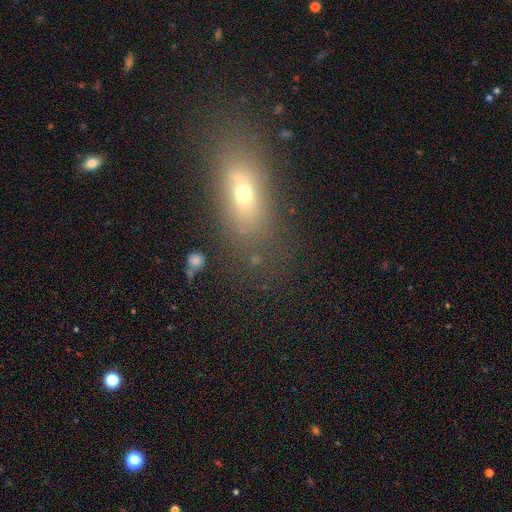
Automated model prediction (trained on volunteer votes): smooth 60%, star or artifact 20%, featured or disk 19%. Down the decision tree: how rounded — in between (71%); merging — none (80%).